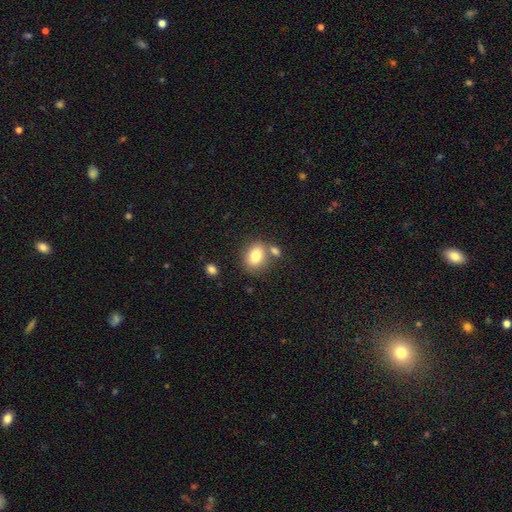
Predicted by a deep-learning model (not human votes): A smooth galaxy with no disk features (79%) that is in between round and cigar-shaped (66%). Merging: none (61%).